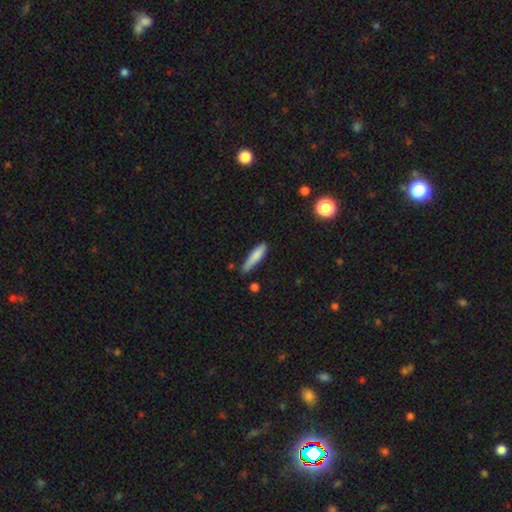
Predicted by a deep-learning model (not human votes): Overall: smooth (79%). How rounded: cigar-shaped (81%). Merging: none (63%; minor disturbance 28%).